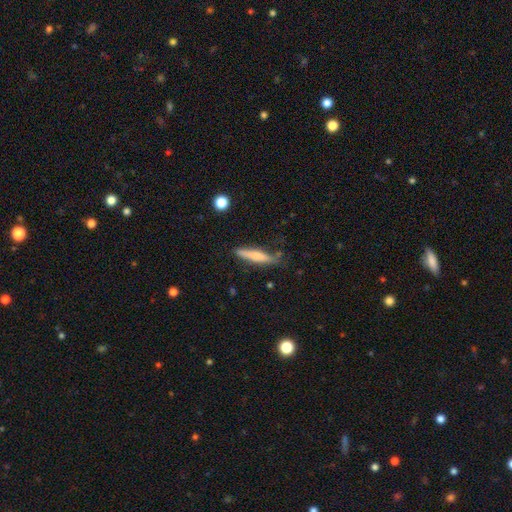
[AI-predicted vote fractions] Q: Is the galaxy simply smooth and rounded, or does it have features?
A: smooth — 64%.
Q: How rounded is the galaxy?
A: cigar-shaped — 88%.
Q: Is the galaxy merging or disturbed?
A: none — 74%.